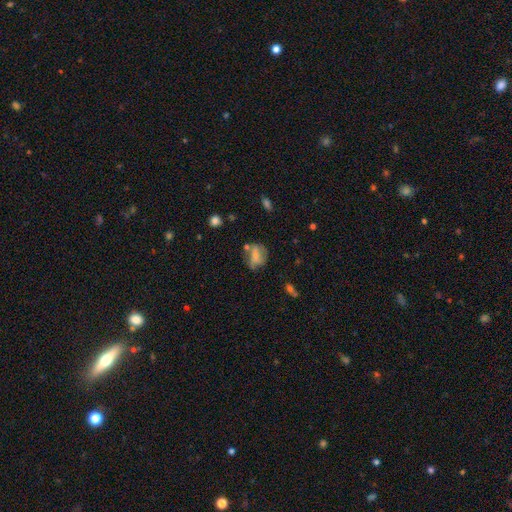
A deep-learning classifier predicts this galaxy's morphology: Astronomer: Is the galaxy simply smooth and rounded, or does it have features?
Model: smooth — 58%.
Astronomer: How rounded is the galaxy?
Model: in between — 59% (runner-up: round, 37%).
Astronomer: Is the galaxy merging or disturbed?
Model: none — 47% (runner-up: minor disturbance, 25%).